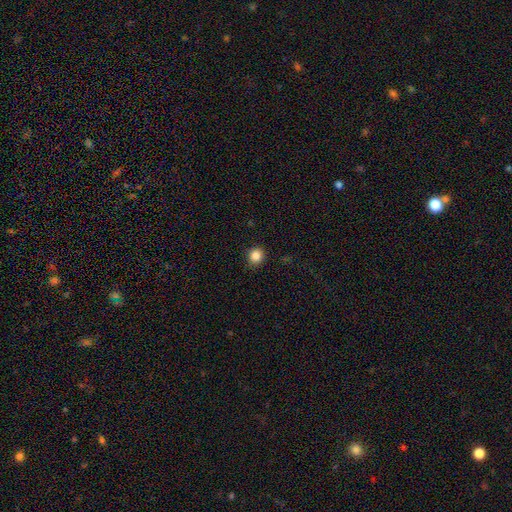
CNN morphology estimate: smooth_or_featured: smooth (p=0.86) [alt: star or artifact p=0.11]
how_rounded: round (p=0.88) [alt: in between p=0.11]
merging: none (p=0.90) [alt: minor disturbance p=0.07]